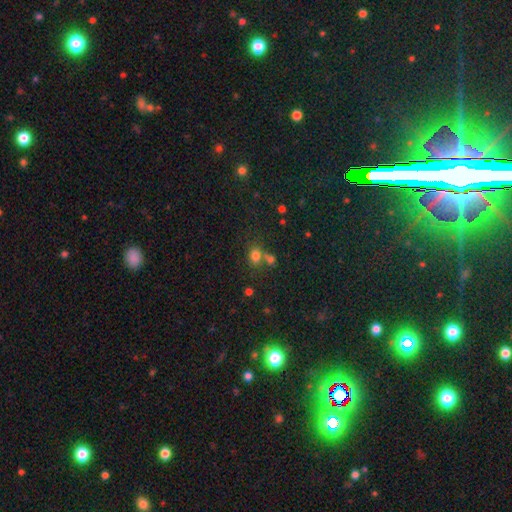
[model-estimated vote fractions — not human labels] The model was most divided on "how rounded": round: 51%, in between: 48%, cigar-shaped: 1%. More confident: smooth or featured — smooth (75%); merging — none (50%).